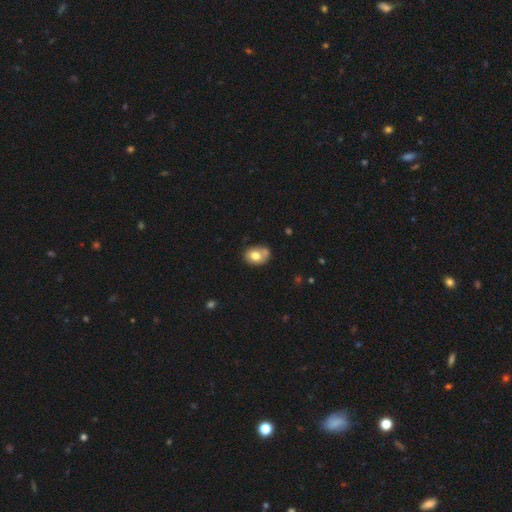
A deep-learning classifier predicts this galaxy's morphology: A smooth galaxy with no disk features (72%) that is in between round and cigar-shaped (60%).

Vote fractions:
- Smooth or featured? smooth: 72% / featured or disk: 20% / star or artifact: 8%
- How rounded? in between: 60% / round: 39% / cigar-shaped: 1%
- Merging? none: 51% / minor disturbance: 24% / merger: 17% / major disturbance: 8%